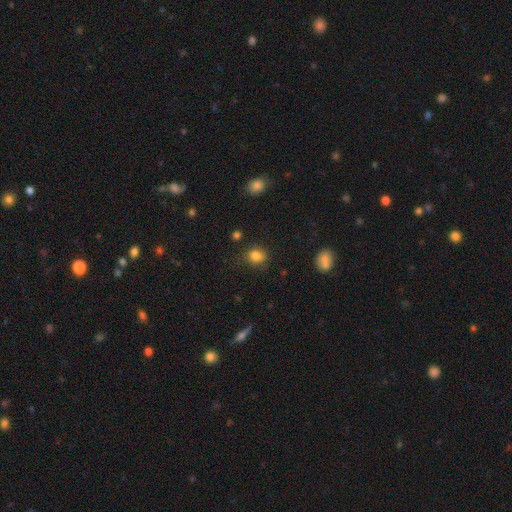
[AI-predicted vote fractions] This appears to be a smooth galaxy with no disk features (83%) that is round (62%). Merging: none (76%).